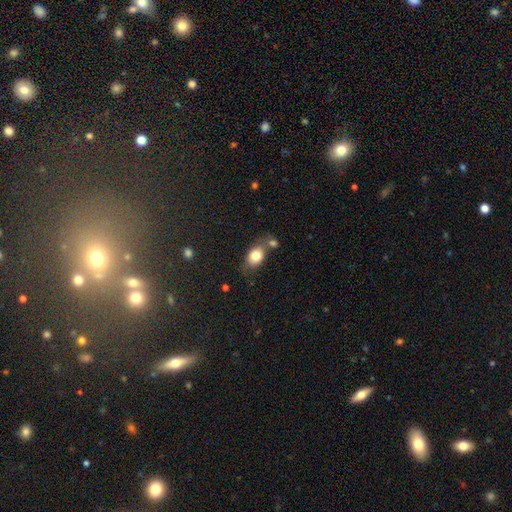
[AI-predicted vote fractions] smooth 80%, featured or disk 11%, star or artifact 8%. Down the decision tree: how rounded — in between (77%); merging — none (57%).